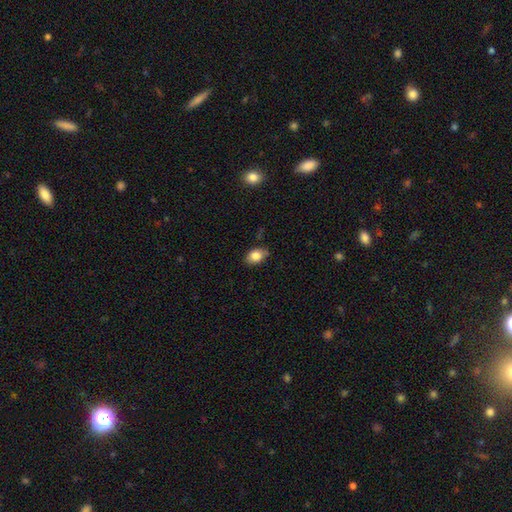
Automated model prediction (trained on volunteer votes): This is clearly a smooth galaxy (83%). How rounded: clearly in between (82%). Merging: likely none (77%).